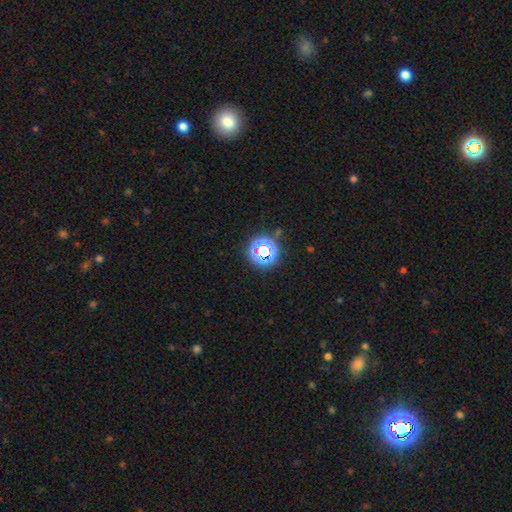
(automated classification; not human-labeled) Smooth or featured: star or artifact — 66% (smooth — 24%)